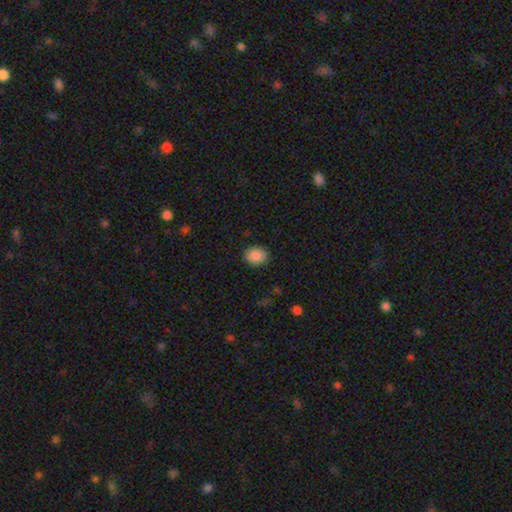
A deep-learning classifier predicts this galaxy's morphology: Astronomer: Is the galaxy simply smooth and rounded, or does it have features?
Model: smooth — 89%.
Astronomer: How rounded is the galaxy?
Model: in between — 54% (runner-up: round, 45%).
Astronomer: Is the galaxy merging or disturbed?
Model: none — 88%.